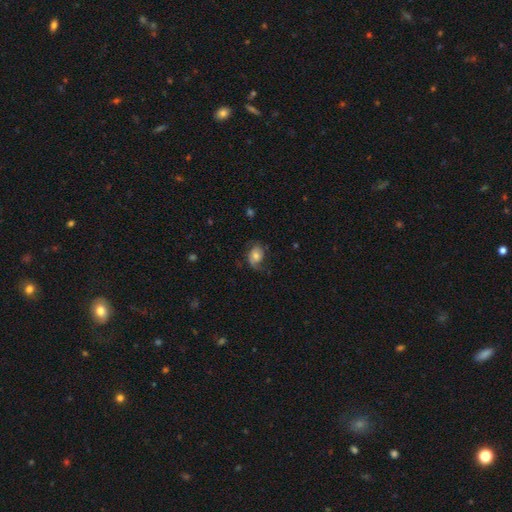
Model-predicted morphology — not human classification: The model was most divided on "smooth or featured" (2-way tie): featured or disk: 46%, smooth: 46%, star or artifact: 9%. More confident: merging — none (59%).